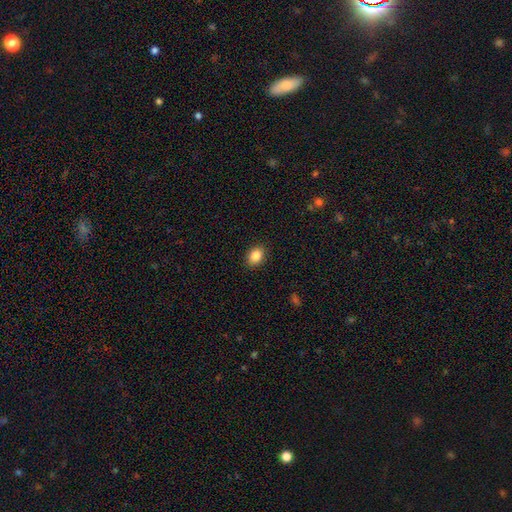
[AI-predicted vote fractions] smooth_or_featured: smooth (p=0.87) [alt: star or artifact p=0.08]
how_rounded: in between (p=0.70) [alt: round p=0.29]
merging: none (p=0.89) [alt: minor disturbance p=0.08]